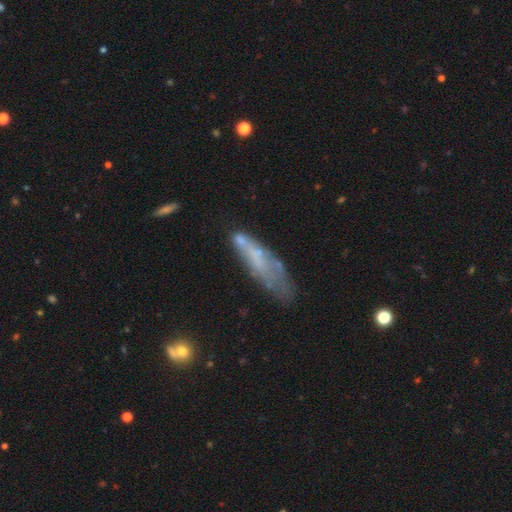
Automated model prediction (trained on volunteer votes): smooth_or_featured: smooth (p=0.45) [alt: featured or disk p=0.44]
merging: none (p=0.43) [alt: minor disturbance p=0.28]